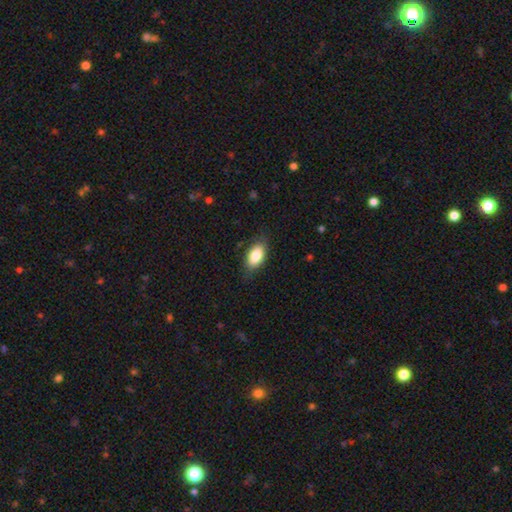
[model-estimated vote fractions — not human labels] smooth_or_featured: smooth (p=0.83) [alt: featured or disk p=0.10]
how_rounded: in between (p=0.91) [alt: round p=0.05]
merging: none (p=0.81) [alt: minor disturbance p=0.15]